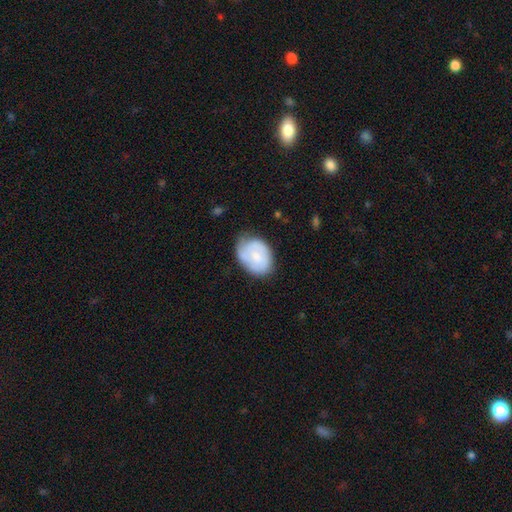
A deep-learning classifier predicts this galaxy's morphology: Overall: smooth (53%; featured or disk 40%). How rounded: in between (70%). Merging: none (58%; minor disturbance 31%).